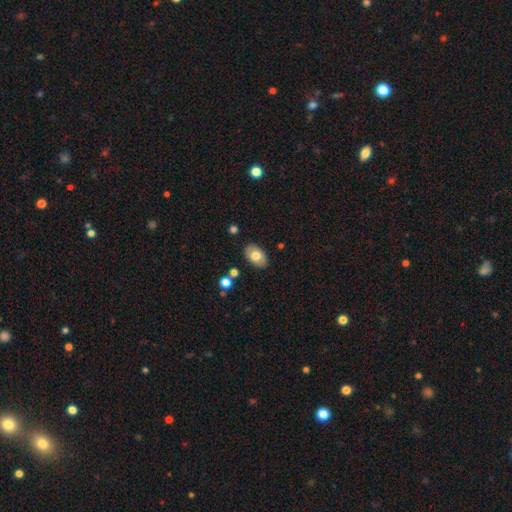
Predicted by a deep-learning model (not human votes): The model was most divided on "smooth or featured": smooth: 73%, featured or disk: 19%, star or artifact: 7%. More confident: how rounded — in between (90%); merging — none (85%).